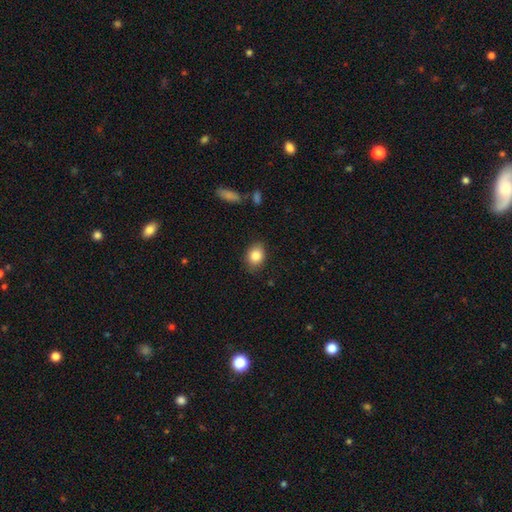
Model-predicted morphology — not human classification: A smooth galaxy with no disk features (84%) that is in between round and cigar-shaped (59%). Merging: none (84%).